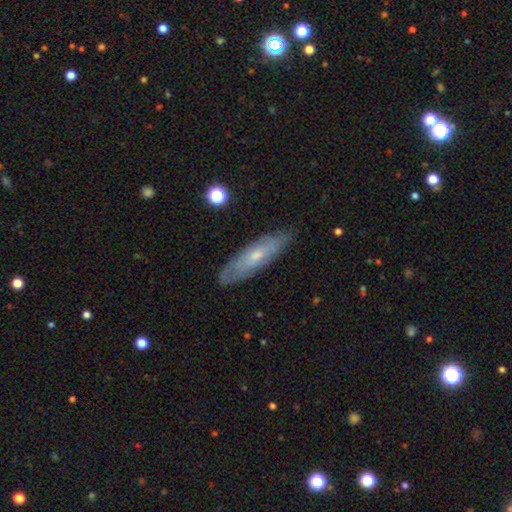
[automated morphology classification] Smooth or featured? featured or disk (51%)
Edge-on disk? no (61%)
Merging? none (81%)